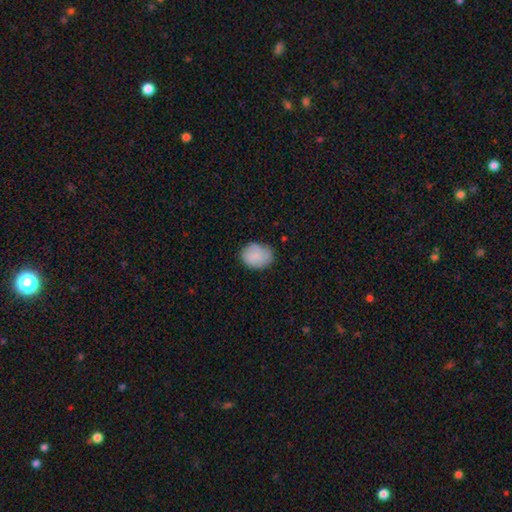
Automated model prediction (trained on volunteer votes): Overall: smooth (85%). How rounded: in between (54%; round 45%). Merging: none (73%).